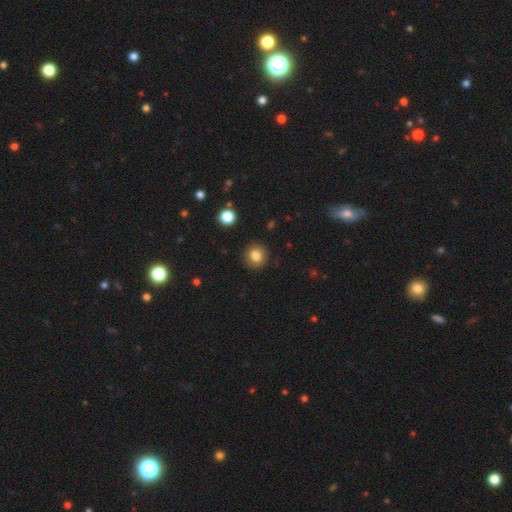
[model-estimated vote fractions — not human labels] A smooth galaxy with no disk features (83%) that is round (89%). Merging: none (90%).